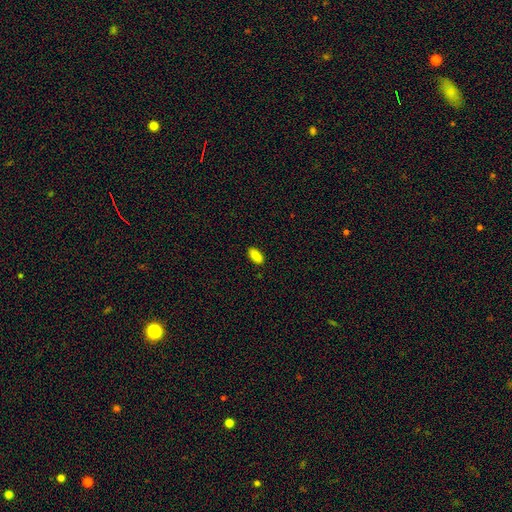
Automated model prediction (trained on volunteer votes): A smooth galaxy with no disk features (88%) that is in between round and cigar-shaped (92%). Merging: none (89%).